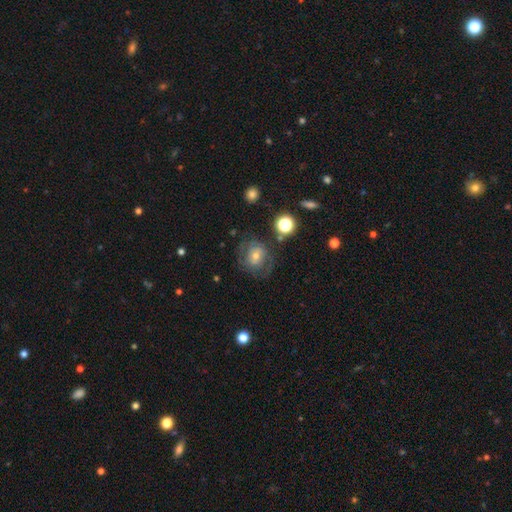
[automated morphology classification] Smooth or featured?
  - featured or disk: 57% *
  - smooth: 31%
  - star or artifact: 11%
Edge-on disk?
  - no: 97% *
  - yes: 3%
Bar?
  - no: 64% *
  - weak: 28%
  - strong: 8%
Spiral arms?
  - yes: 72% *
  - no: 28%
Bulge size?
  - small: 48% *
  - moderate: 44%
  - large: 4%
  - none: 2%
  - dominant: 1%
Merging?
  - none: 66% *
  - minor disturbance: 17%
  - major disturbance: 14%
  - merger: 3%